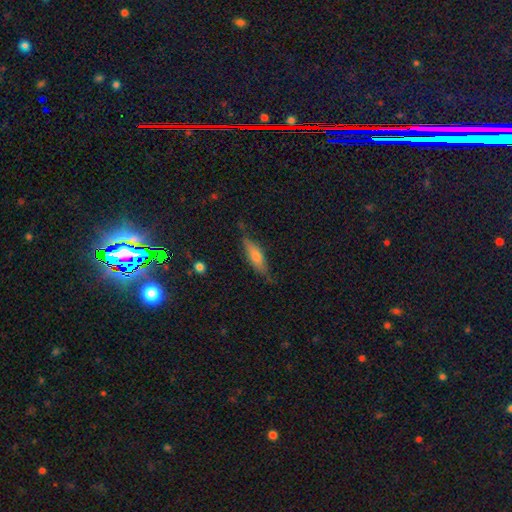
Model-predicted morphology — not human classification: Overall: smooth (52%; featured or disk 40%). How rounded: cigar-shaped (63%; in between 35%). Merging: none (73%).